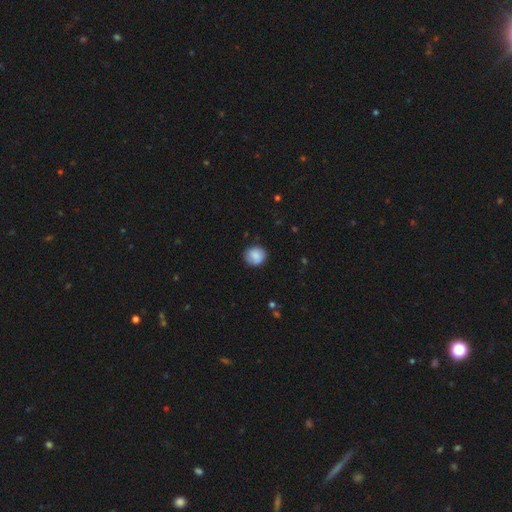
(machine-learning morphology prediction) smooth-or-featured: smooth: 85% | star or artifact: 8% | featured or disk: 7%
  how-rounded: round: 86% | in between: 13% | cigar-shaped: 1%
  merging: none: 84% | minor disturbance: 13% | major disturbance: 3% | merger: 1%